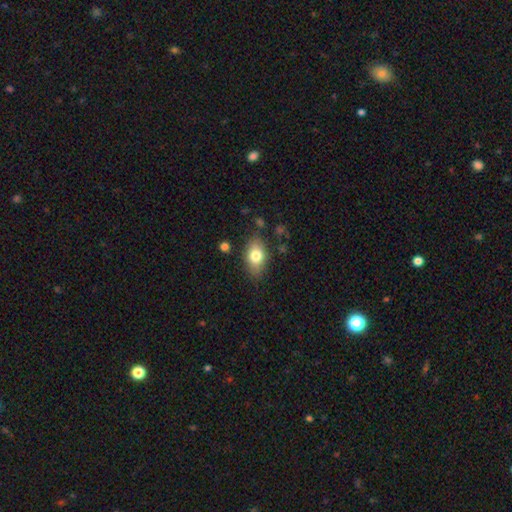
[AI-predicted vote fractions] smooth-or-featured: smooth: 78% | featured or disk: 14% | star or artifact: 8%
  how-rounded: in between: 85% | round: 12% | cigar-shaped: 3%
  merging: none: 80% | minor disturbance: 15% | major disturbance: 3% | merger: 2%